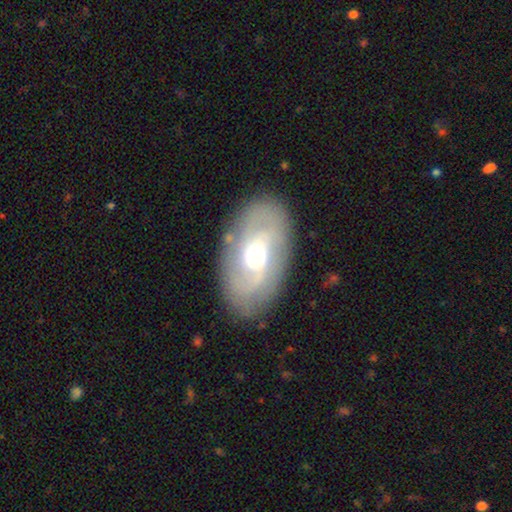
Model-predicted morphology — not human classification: This appears to be a featured or disk galaxy (71%) with no bar (58%), 2 (55%) tight (42%) spiral arms (84%) and a moderate central bulge (56%). Merging: none (82%).